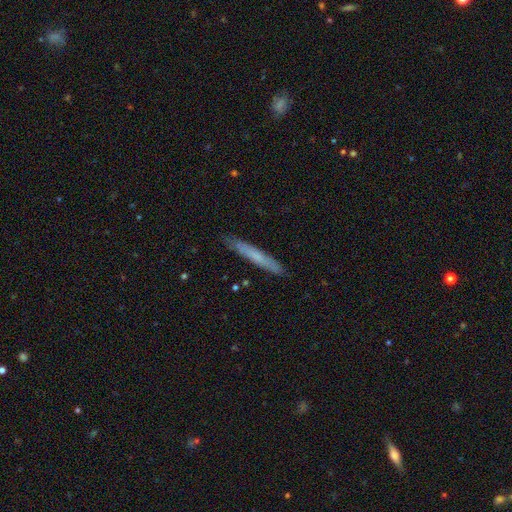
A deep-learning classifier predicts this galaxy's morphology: Q: Smooth or featured?
A: smooth (59%); runner-up: featured or disk (35%)
Q: How rounded?
A: cigar-shaped (96%); runner-up: in between (3%)
Q: Merging?
A: none (89%); runner-up: minor disturbance (8%)